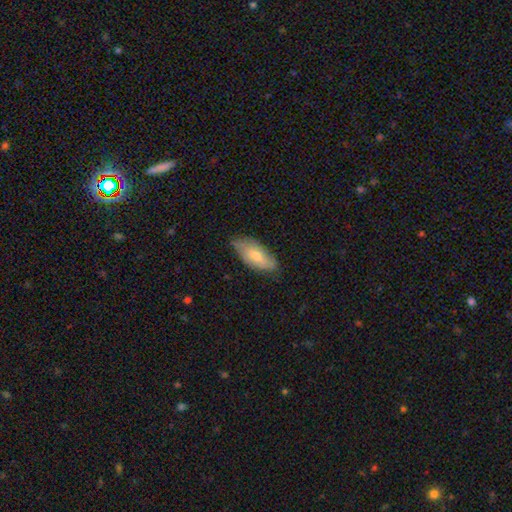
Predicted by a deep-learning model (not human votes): A smooth galaxy with no disk features (59%) that is in between round and cigar-shaped (84%). Merging: none (69%).